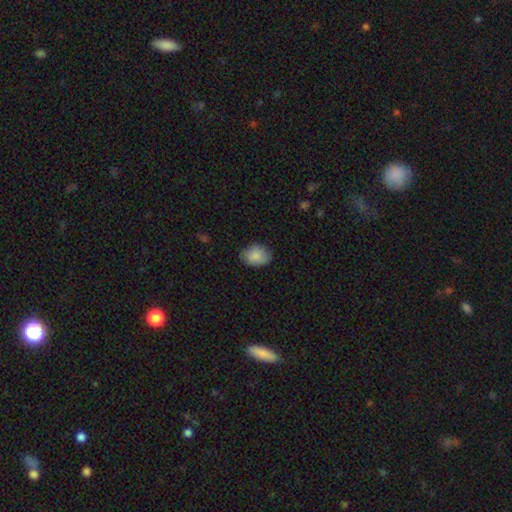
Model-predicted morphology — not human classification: Smooth or featured? smooth (87%)
How rounded? in between (68%)
Merging? none (78%)